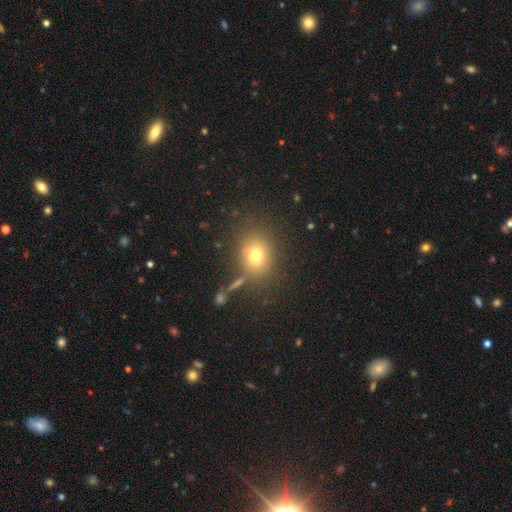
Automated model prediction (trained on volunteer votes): Q: Smooth or featured?
A: smooth (72%); runner-up: star or artifact (16%)
Q: How rounded?
A: round (56%); runner-up: in between (43%)
Q: Merging?
A: none (77%); runner-up: minor disturbance (11%)